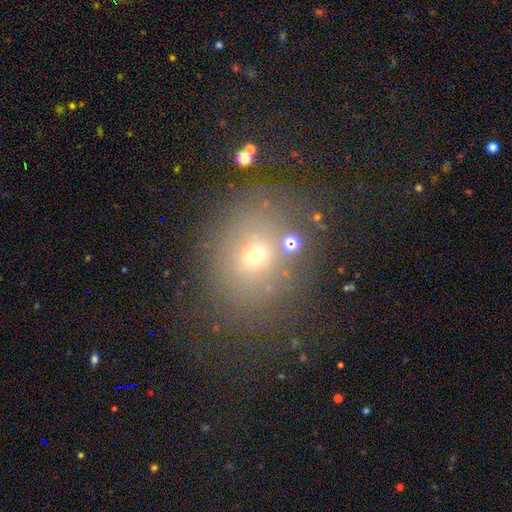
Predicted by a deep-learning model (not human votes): This appears to be a smooth galaxy with no disk features (60%) that is round (55%). Merging: none (73%).